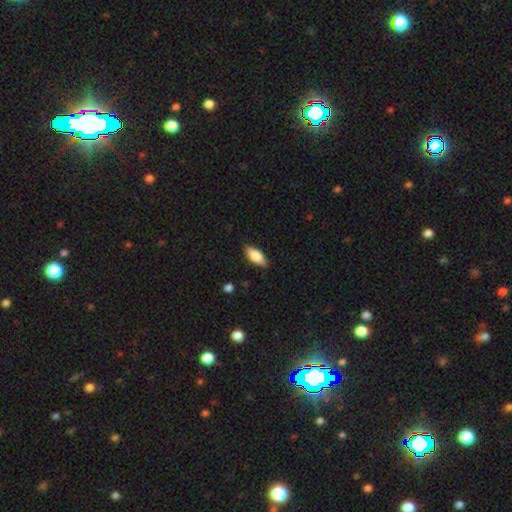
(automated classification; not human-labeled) Smooth or featured? smooth (70%)
How rounded? in between (81%)
Merging? none (84%)